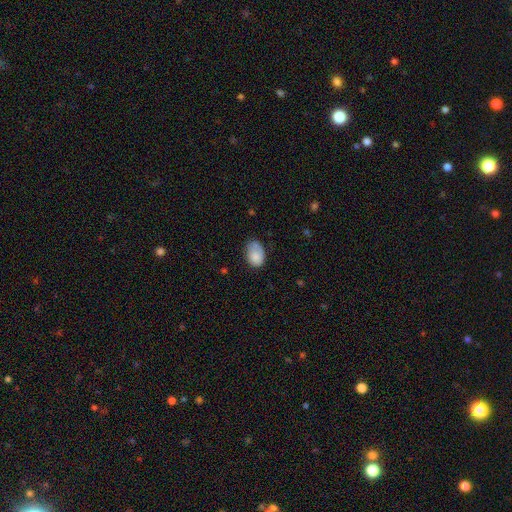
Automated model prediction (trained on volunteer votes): smooth-or-featured: smooth: 83% | featured or disk: 10% | star or artifact: 7%
  how-rounded: in between: 84% | round: 15% | cigar-shaped: 1%
  merging: none: 52% | minor disturbance: 35% | major disturbance: 11% | merger: 2%